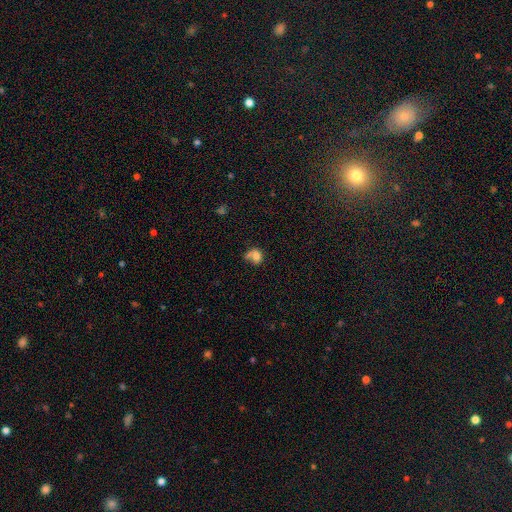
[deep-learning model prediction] Smooth or featured: smooth — 73% (featured or disk — 16%)
How rounded: round — 60% (in between — 38%)
Merging: none — 35% (merger — 27%)